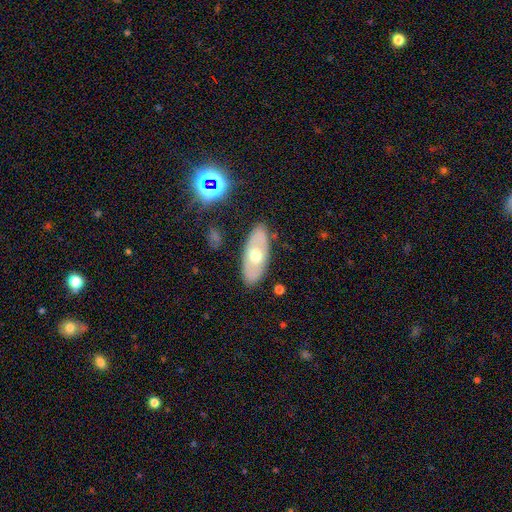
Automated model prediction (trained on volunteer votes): Smooth or featured?
  - featured or disk: 49% *
  - smooth: 44%
  - star or artifact: 7%
Merging?
  - none: 84% *
  - minor disturbance: 11%
  - major disturbance: 3%
  - merger: 2%